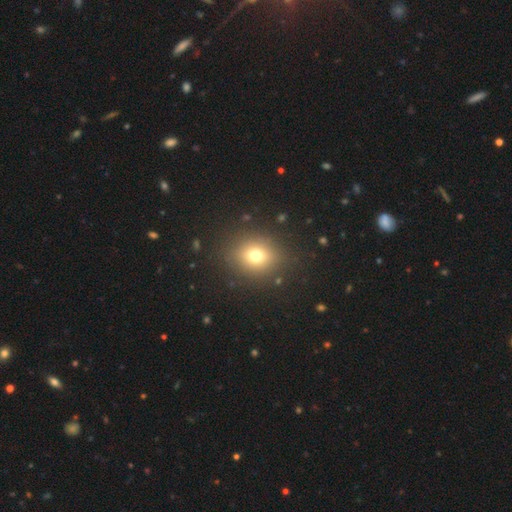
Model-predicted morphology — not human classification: A smooth galaxy with no disk features (71%) that is round (70%).

Vote fractions:
- Smooth or featured? smooth: 71% / star or artifact: 17% / featured or disk: 12%
- How rounded? round: 70% / in between: 29% / cigar-shaped: 1%
- Merging? none: 86% / minor disturbance: 8% / major disturbance: 4% / merger: 1%